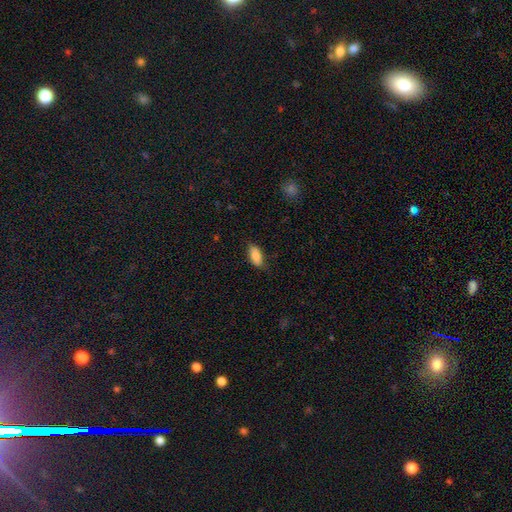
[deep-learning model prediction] smooth_or_featured: smooth (p=0.84) [alt: featured or disk p=0.09]
how_rounded: in between (p=0.87) [alt: cigar-shaped p=0.10]
merging: none (p=0.75) [alt: minor disturbance p=0.21]